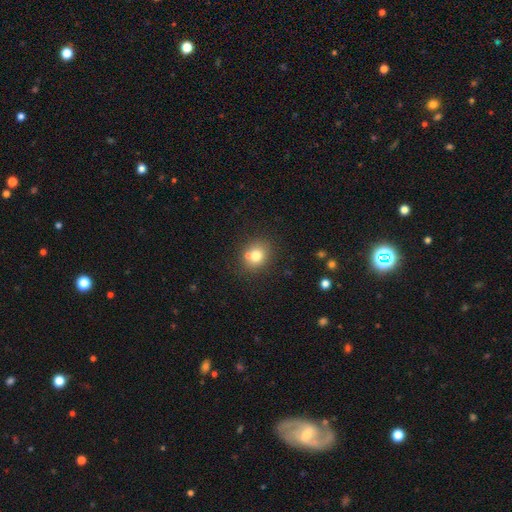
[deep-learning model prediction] Overall: smooth (75%). How rounded: round (70%). Merging: none (68%).